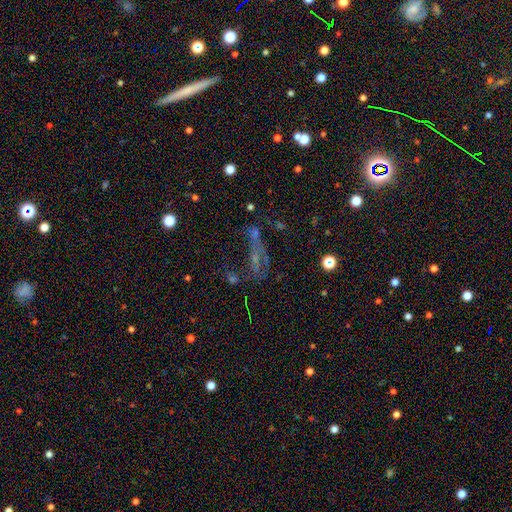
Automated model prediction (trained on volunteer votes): smooth_or_featured: star or artifact (p=0.39) [alt: featured or disk p=0.34]